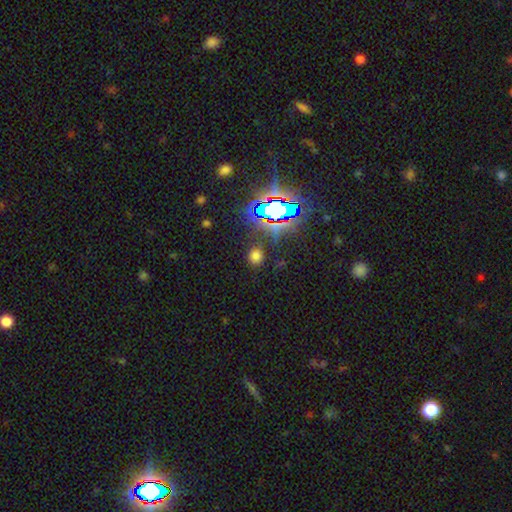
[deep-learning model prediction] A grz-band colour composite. It shows a smooth galaxy with no disk features (64%) that is round (80%). Merging: none (85%).